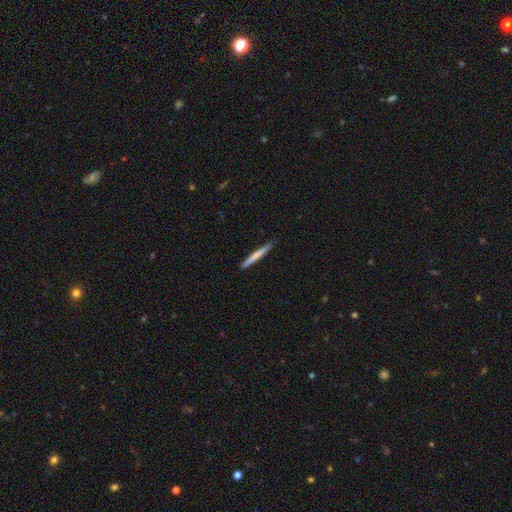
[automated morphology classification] Smooth or featured?
  - smooth: 66% *
  - featured or disk: 29%
  - star or artifact: 5%
How rounded?
  - cigar-shaped: 97% *
  - in between: 2%
  - round: 1%
Merging?
  - none: 88% *
  - minor disturbance: 10%
  - major disturbance: 2%
  - merger: 1%